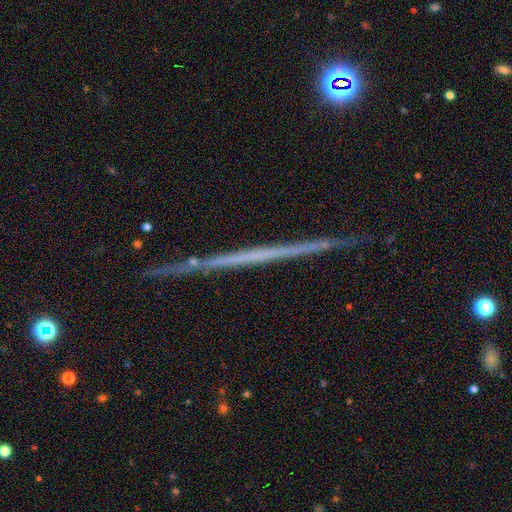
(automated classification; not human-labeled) The model was most divided on "smooth or featured": featured or disk: 68%, smooth: 22%, star or artifact: 10%. More confident: edge-on disk — yes (97%); edge-on bulge — none (91%); merging — none (89%).